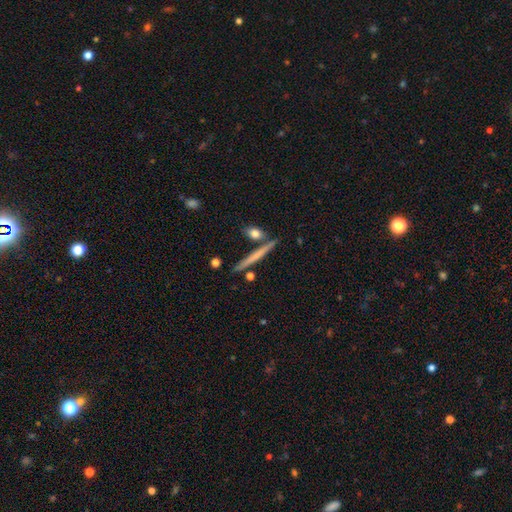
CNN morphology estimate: The model was most divided on "smooth or featured": smooth: 54%, featured or disk: 40%, star or artifact: 6%. More confident: how rounded — cigar-shaped (94%); merging — none (82%).